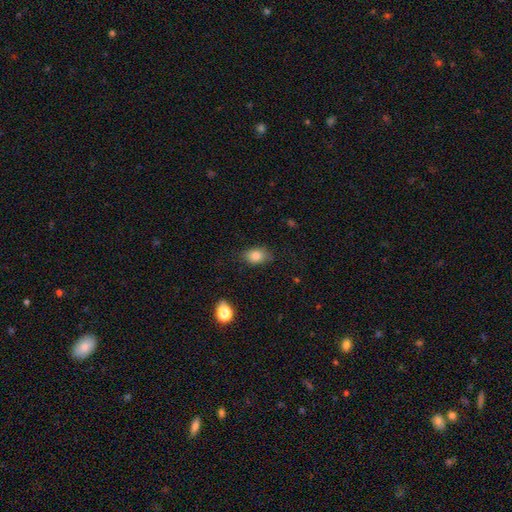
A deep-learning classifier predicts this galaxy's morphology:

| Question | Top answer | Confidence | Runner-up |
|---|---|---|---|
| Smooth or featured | smooth | 83% | star or artifact (9%) |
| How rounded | in between | 79% | round (19%) |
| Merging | none | 76% | minor disturbance (18%) |